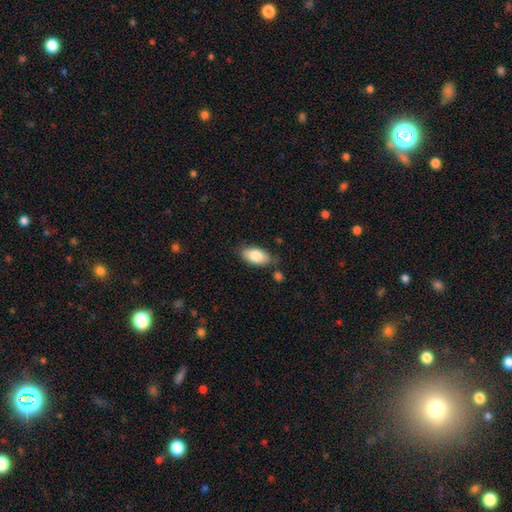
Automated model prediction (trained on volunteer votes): Q: Smooth or featured?
A: smooth (82%); runner-up: featured or disk (12%)
Q: How rounded?
A: in between (92%); runner-up: cigar-shaped (5%)
Q: Merging?
A: none (72%); runner-up: minor disturbance (18%)